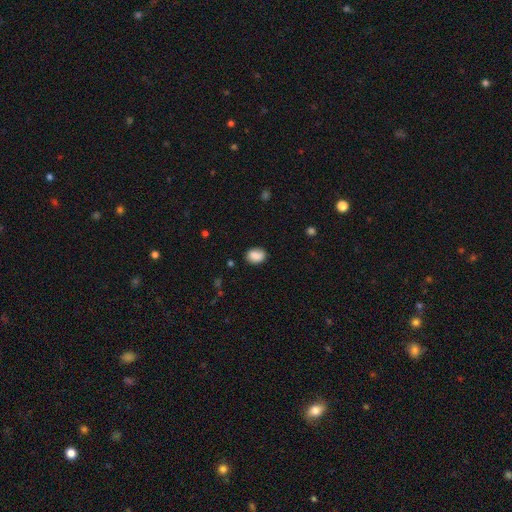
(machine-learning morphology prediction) Smooth or featured? smooth (88%)
How rounded? in between (72%)
Merging? none (81%)